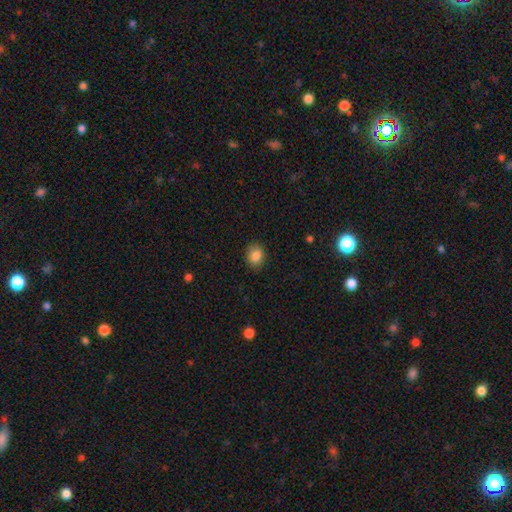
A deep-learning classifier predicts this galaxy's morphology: Overall: smooth (86%). How rounded: round (51%; in between 48%). Merging: none (84%).